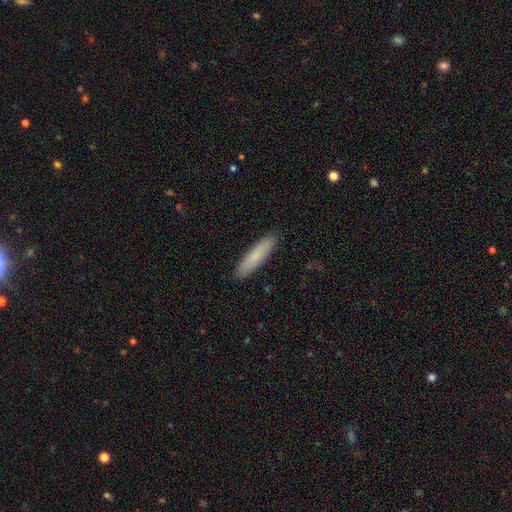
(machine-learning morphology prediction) A smooth galaxy with no disk features (80%) that is cigar-shaped (83%). Merging: none (91%).